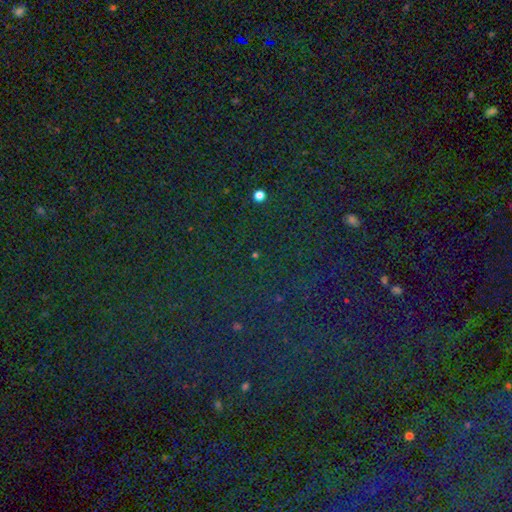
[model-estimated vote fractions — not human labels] A star or artifact, not a galaxy (72%).

Vote fractions:
- Smooth or featured? star or artifact: 72% / smooth: 20% / featured or disk: 8%